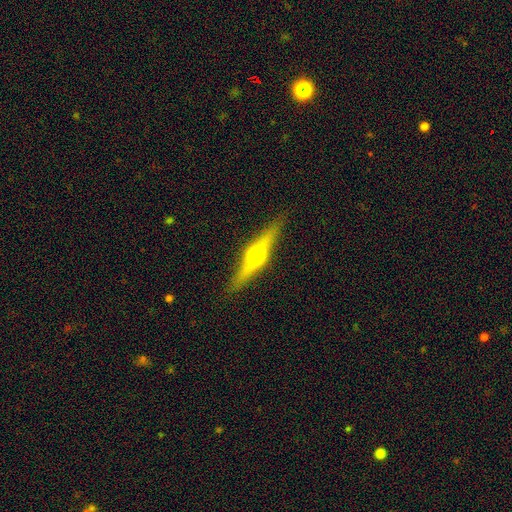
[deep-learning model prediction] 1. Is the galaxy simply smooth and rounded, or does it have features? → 73% featured or disk, 21% smooth, 6% star or artifact.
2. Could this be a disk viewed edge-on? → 97% yes, 3% no.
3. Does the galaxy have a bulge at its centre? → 96% rounded, 2% boxy, 2% none.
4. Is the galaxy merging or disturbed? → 90% none, 8% minor disturbance, 2% major disturbance, 1% merger.